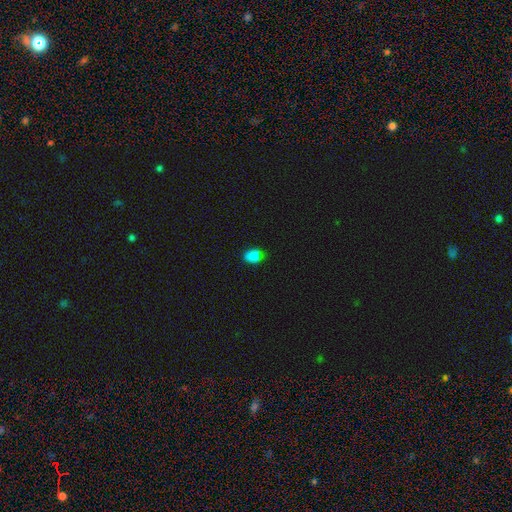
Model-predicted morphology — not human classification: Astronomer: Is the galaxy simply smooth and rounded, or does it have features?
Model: smooth — 75%.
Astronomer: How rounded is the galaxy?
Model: in between — 71%.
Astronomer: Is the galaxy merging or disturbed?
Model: none — 67%.